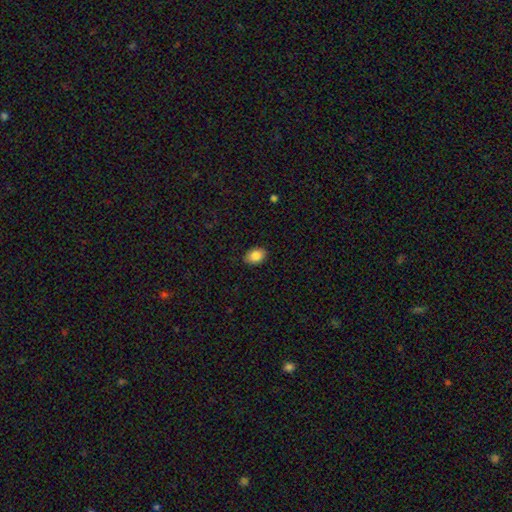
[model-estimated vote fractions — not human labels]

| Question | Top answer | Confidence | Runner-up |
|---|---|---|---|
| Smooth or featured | smooth | 85% | star or artifact (8%) |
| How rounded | in between | 79% | round (20%) |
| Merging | none | 88% | minor disturbance (9%) |